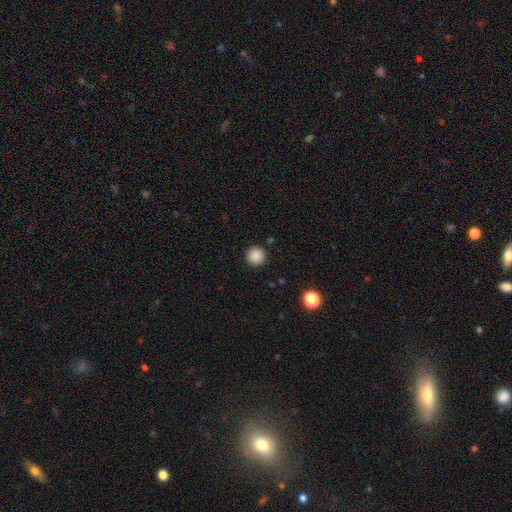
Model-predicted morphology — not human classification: Smooth or featured? Predicted: smooth (p=0.87). How rounded? Predicted: round (p=0.96). Merging? Predicted: none (p=0.91).